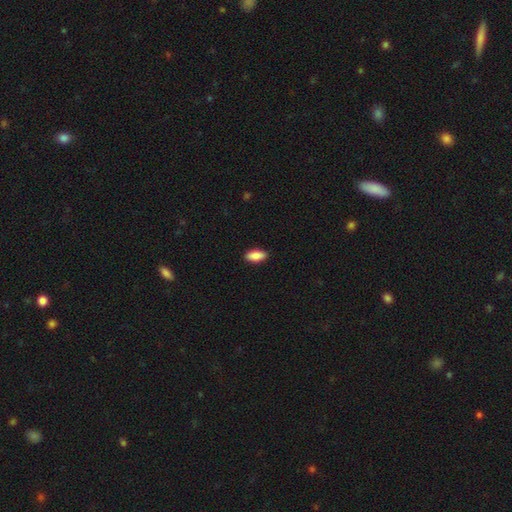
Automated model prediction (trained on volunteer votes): Q: Smooth or featured?
A: smooth (89%); runner-up: star or artifact (6%)
Q: How rounded?
A: in between (86%); runner-up: cigar-shaped (12%)
Q: Merging?
A: none (90%); runner-up: minor disturbance (7%)